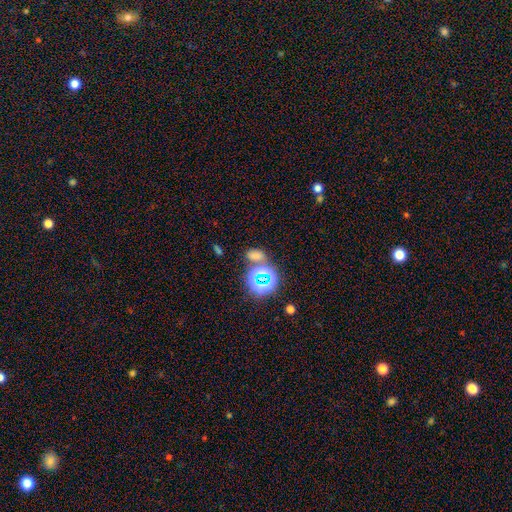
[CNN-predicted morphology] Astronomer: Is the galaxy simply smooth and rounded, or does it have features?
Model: smooth — 55% (runner-up: star or artifact, 37%).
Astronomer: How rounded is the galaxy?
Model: in between — 76%.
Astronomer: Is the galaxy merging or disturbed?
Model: none — 59%.